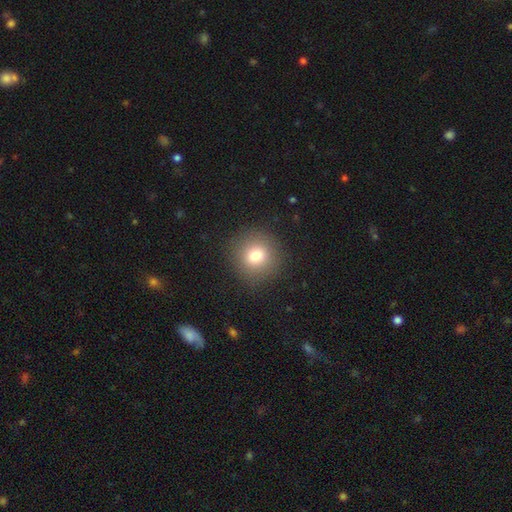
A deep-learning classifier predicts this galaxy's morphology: This appears to be a smooth galaxy with no disk features (78%) that is round (93%). Merging: none (90%).